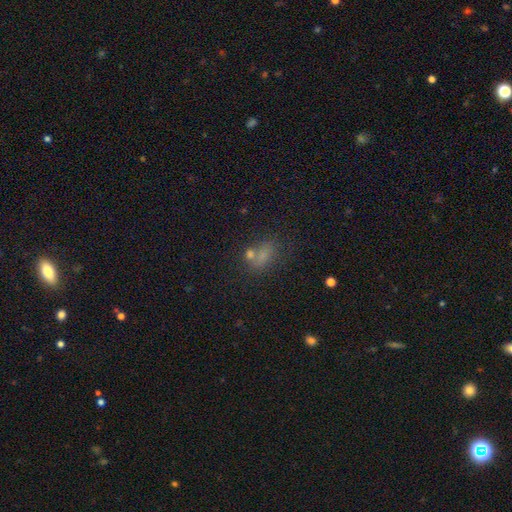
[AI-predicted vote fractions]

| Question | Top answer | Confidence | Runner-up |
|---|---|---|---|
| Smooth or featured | smooth | 60% | star or artifact (26%) |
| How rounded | in between | 66% | round (28%) |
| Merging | none | 51% | merger (25%) |